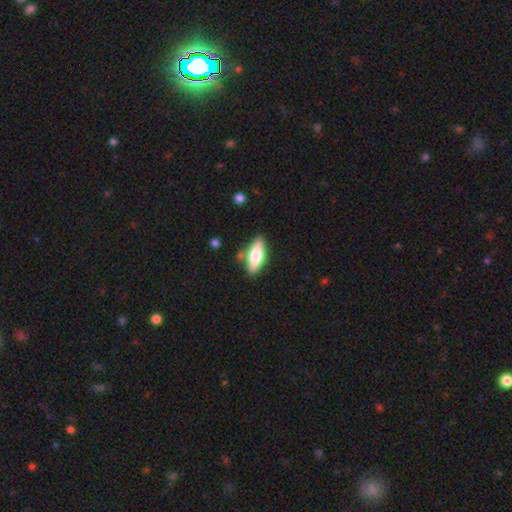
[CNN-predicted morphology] Smooth or featured?
  - smooth: 64% *
  - featured or disk: 30%
  - star or artifact: 6%
How rounded?
  - in between: 64% *
  - cigar-shaped: 33%
  - round: 2%
Merging?
  - none: 80% *
  - minor disturbance: 13%
  - merger: 4%
  - major disturbance: 3%